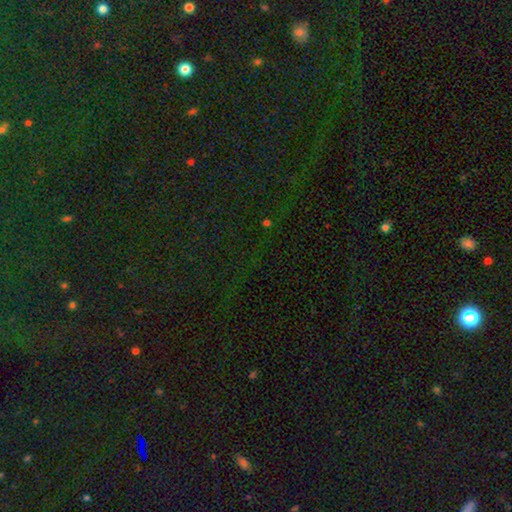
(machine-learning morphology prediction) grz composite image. It shows a star or artifact, not a galaxy (77%).